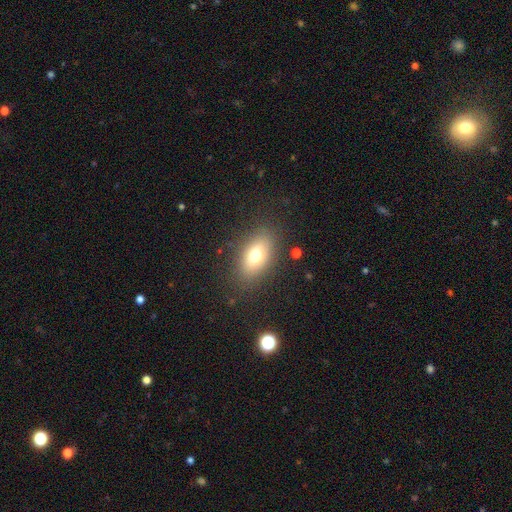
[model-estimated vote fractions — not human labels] smooth_or_featured: smooth (p=0.70) [alt: featured or disk p=0.19]
how_rounded: in between (p=0.85) [alt: round p=0.09]
merging: none (p=0.82) [alt: minor disturbance p=0.11]